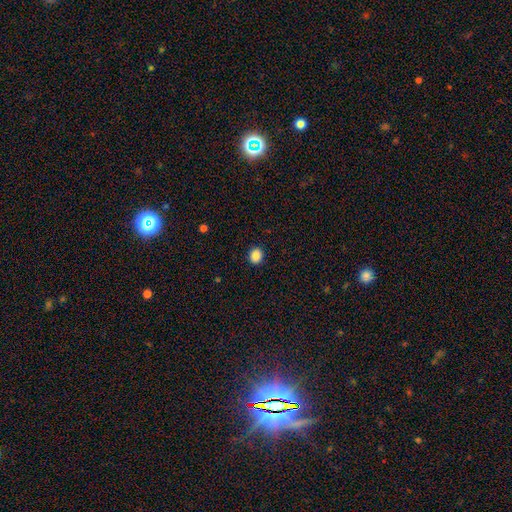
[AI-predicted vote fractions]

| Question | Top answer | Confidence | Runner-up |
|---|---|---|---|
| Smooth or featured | smooth | 87% | star or artifact (10%) |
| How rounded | round | 69% | in between (30%) |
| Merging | none | 91% | minor disturbance (6%) |